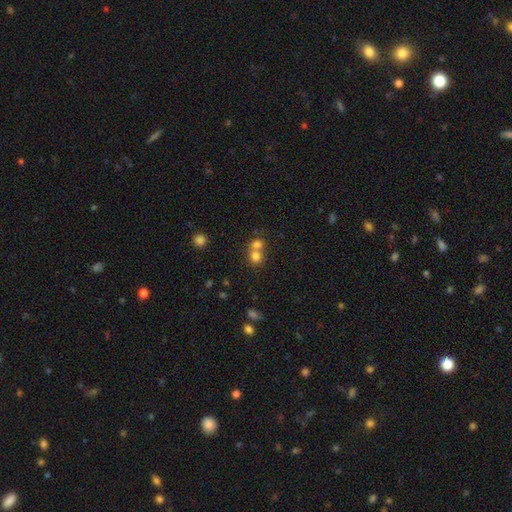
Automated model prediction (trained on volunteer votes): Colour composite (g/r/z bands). It shows a smooth galaxy with no disk features (76%) that is round (83%). Merging: merger (57%).